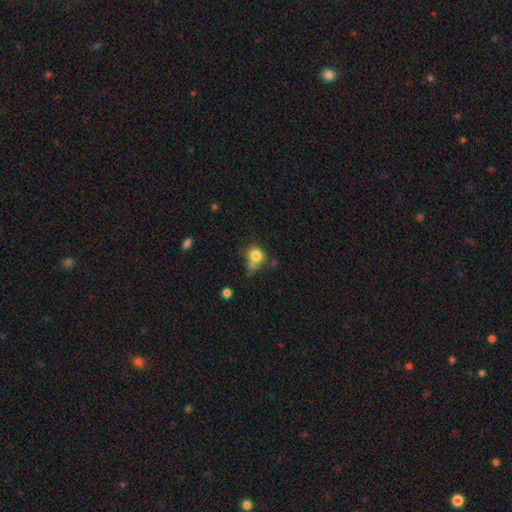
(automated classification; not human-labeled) This is likely a smooth galaxy (79%). How rounded: likely round (72%). Merging: marginally none (39%).